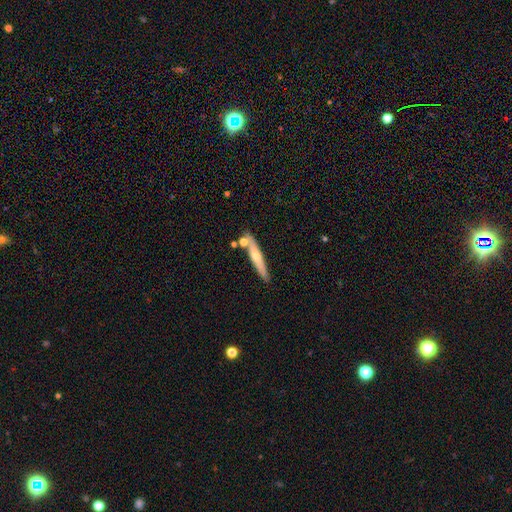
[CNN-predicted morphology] A featured or disk galaxy (49%). Merging: none (77%).